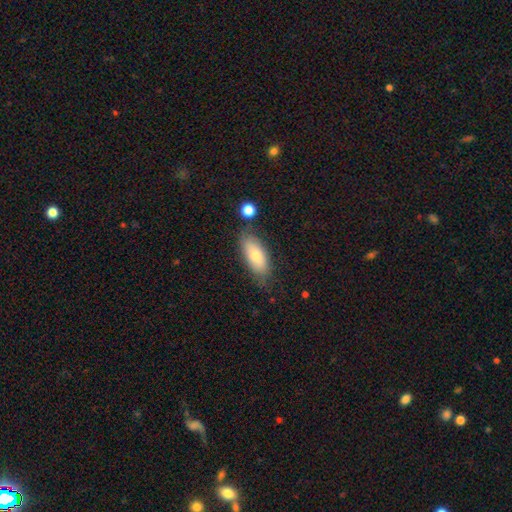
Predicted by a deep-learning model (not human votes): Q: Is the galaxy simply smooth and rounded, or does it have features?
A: smooth — 79%.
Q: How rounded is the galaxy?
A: in between — 82%.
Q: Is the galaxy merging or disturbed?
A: none — 71%.